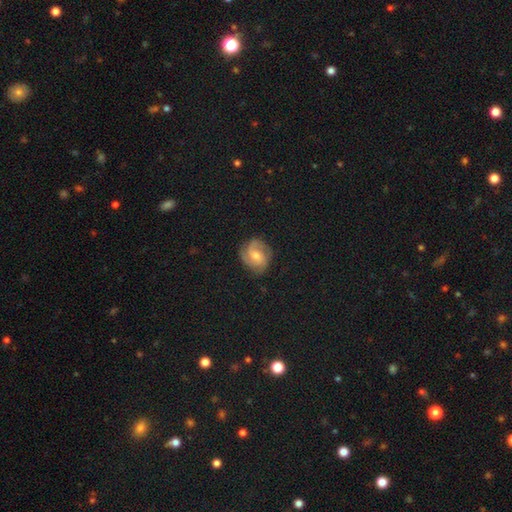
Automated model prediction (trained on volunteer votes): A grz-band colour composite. It shows a featured or disk galaxy (80%) with no bar (48%), 2 (51%) tight (47%) spiral arms (96%) and a moderate central bulge (56%). Merging: none (77%).